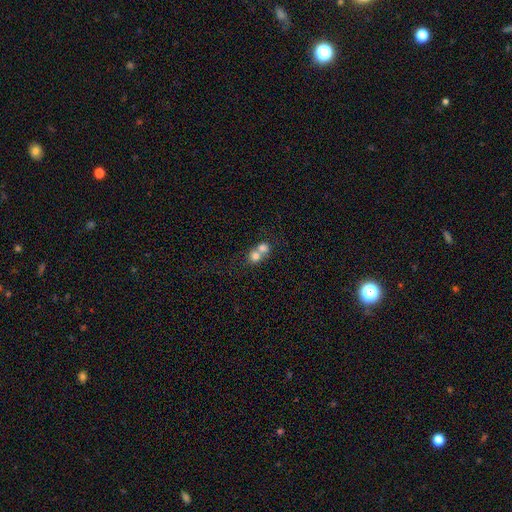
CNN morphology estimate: Smooth or featured? Predicted: smooth (p=0.74). How rounded? Predicted: round (p=0.78). Merging? Predicted: merger (p=0.70).